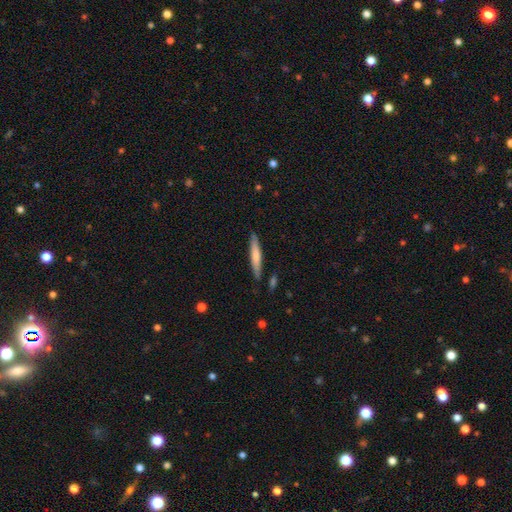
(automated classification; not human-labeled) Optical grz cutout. It shows a smooth galaxy with no disk features (66%) that is cigar-shaped (92%). Merging: none (84%).